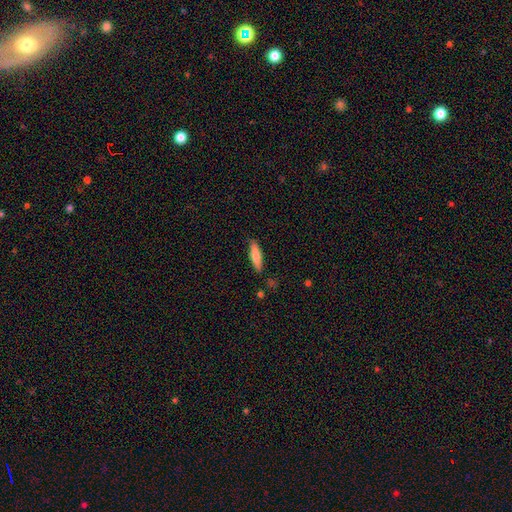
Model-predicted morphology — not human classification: A smooth galaxy with no disk features (75%) that is cigar-shaped (67%).

Vote fractions:
- Smooth or featured? smooth: 75% / featured or disk: 19% / star or artifact: 6%
- How rounded? cigar-shaped: 67% / in between: 31% / round: 2%
- Merging? none: 83% / minor disturbance: 13% / major disturbance: 2% / merger: 2%